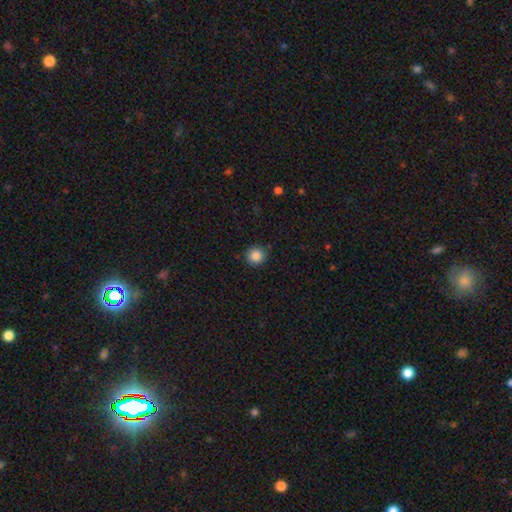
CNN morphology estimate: smooth_or_featured: smooth (p=0.87) [alt: star or artifact p=0.10]
how_rounded: round (p=0.93) [alt: in between p=0.07]
merging: none (p=0.89) [alt: minor disturbance p=0.08]